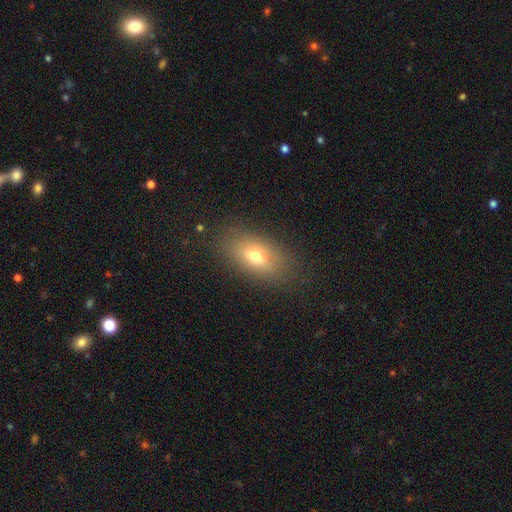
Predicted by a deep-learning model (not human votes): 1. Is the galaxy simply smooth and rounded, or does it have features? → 71% smooth, 18% featured or disk, 11% star or artifact.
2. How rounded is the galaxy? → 85% in between, 10% round, 6% cigar-shaped.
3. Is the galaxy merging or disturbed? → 83% none, 11% minor disturbance, 5% major disturbance, 1% merger.